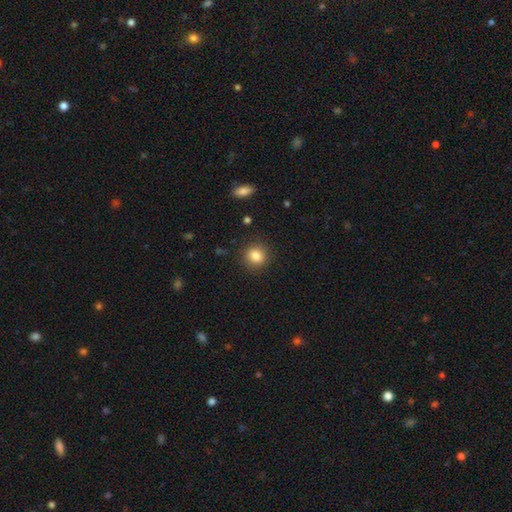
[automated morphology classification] smooth_or_featured: smooth (p=0.85) [alt: star or artifact p=0.10]
how_rounded: round (p=0.83) [alt: in between p=0.16]
merging: none (p=0.87) [alt: minor disturbance p=0.08]